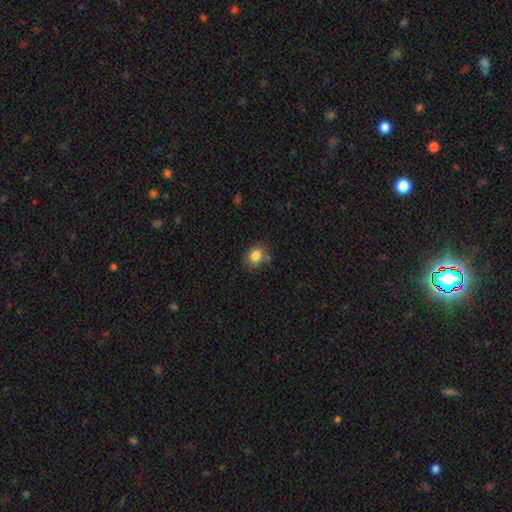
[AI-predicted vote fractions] smooth-or-featured: smooth: 83% | star or artifact: 10% | featured or disk: 7%
  how-rounded: round: 60% | in between: 40% | cigar-shaped: 1%
  merging: none: 72% | minor disturbance: 17% | merger: 7% | major disturbance: 4%